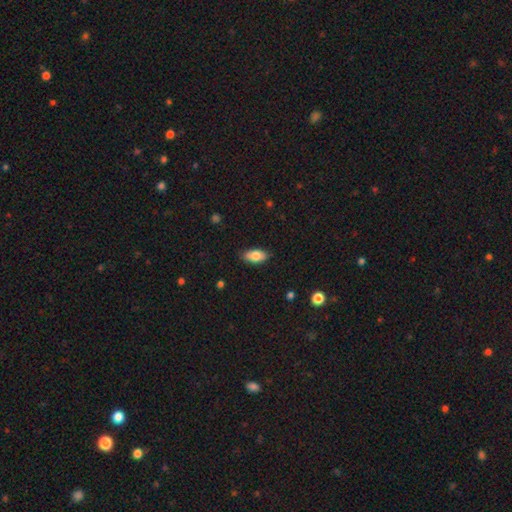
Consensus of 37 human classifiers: A smooth galaxy with no disk features (76%) that is in between round and cigar-shaped (89%). Merging: none (83%).